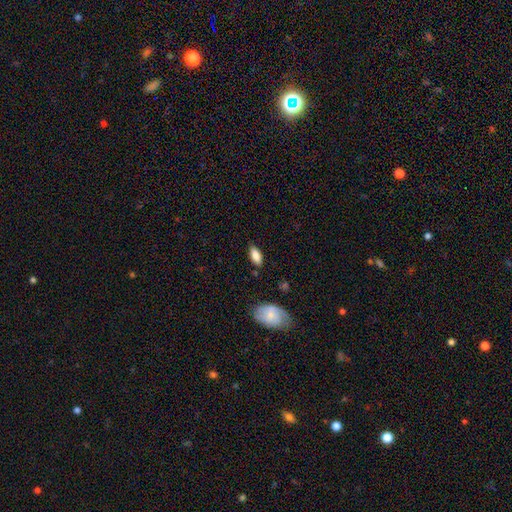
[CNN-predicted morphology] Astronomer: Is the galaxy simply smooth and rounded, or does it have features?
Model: smooth — 83%.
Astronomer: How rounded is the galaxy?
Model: in between — 86%.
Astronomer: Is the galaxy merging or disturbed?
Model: none — 82%.